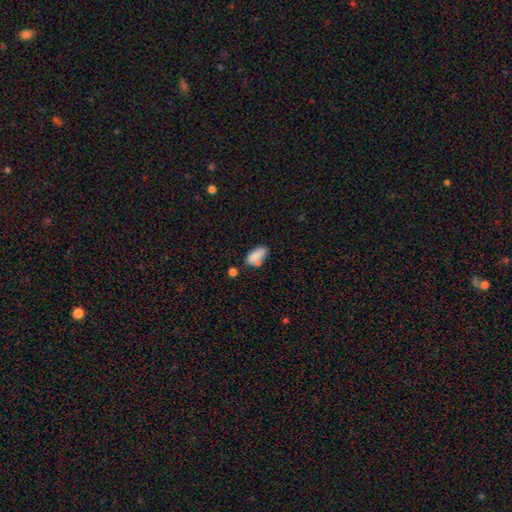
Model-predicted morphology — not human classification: Q: Smooth or featured?
A: smooth (82%); runner-up: featured or disk (10%)
Q: How rounded?
A: in between (86%); runner-up: cigar-shaped (11%)
Q: Merging?
A: none (57%); runner-up: minor disturbance (20%)